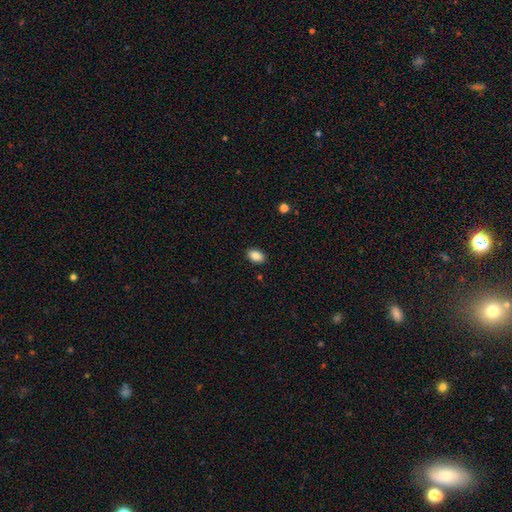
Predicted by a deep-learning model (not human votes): smooth_or_featured: smooth (p=0.87) [alt: star or artifact p=0.08]
how_rounded: in between (p=0.86) [alt: round p=0.13]
merging: none (p=0.89) [alt: minor disturbance p=0.08]